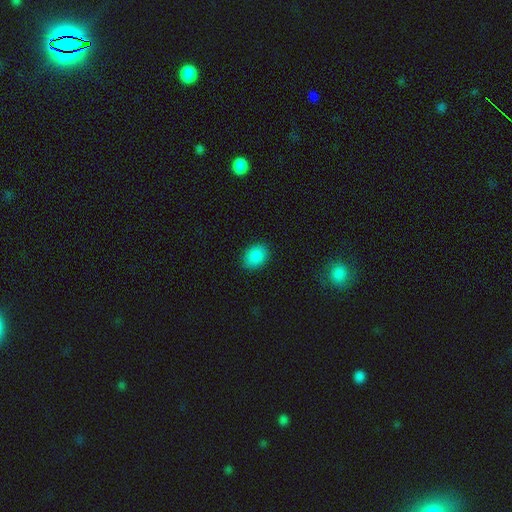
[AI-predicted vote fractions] Smooth or featured? smooth (88%)
How rounded? in between (67%)
Merging? none (88%)